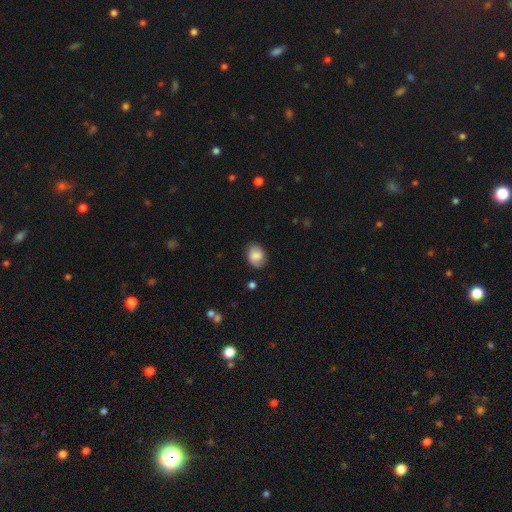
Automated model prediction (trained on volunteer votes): The model was most divided on "how rounded": in between: 71%, round: 28%, cigar-shaped: 1%. More confident: smooth or featured — smooth (82%); merging — none (81%).